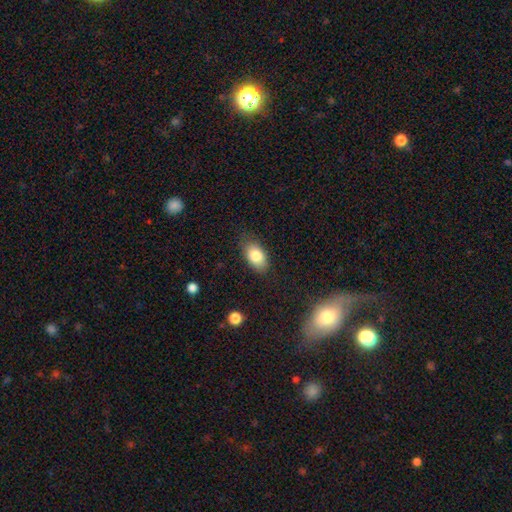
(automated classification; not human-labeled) Overall: smooth (82%). How rounded: in between (90%). Merging: none (79%).